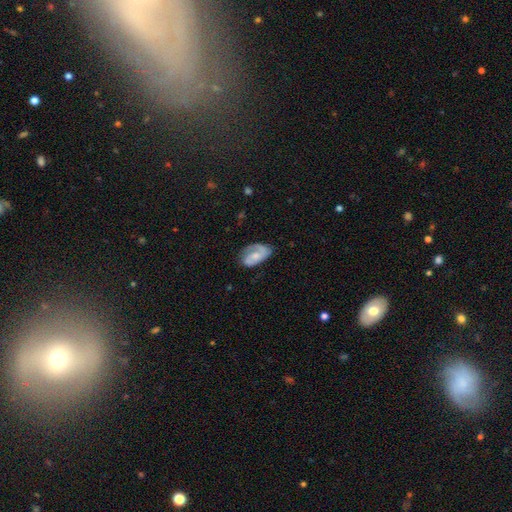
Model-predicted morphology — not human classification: This is likely a featured or disk galaxy (66%). It is clearly not viewed edge-on (96%). Bar: likely no (65%). Spiral arm pattern: clearly yes (88%). Spiral arm count: possibly 2 (49%). Spiral winding: marginally tight (41%). Central bulge: marginally small (44%). Merging: possibly none (58%).